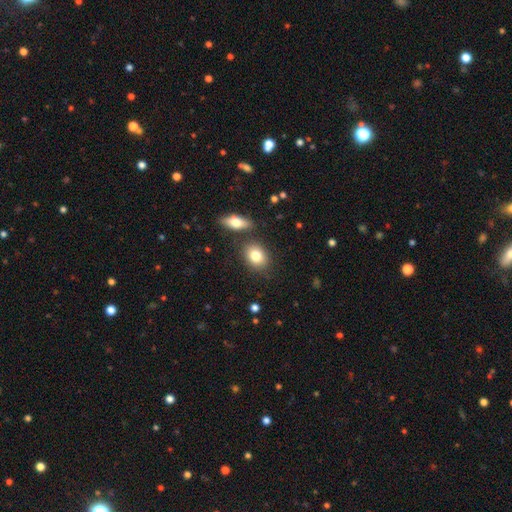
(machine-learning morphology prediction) A smooth galaxy with no disk features (81%) that is in between round and cigar-shaped (63%). Merging: none (77%).